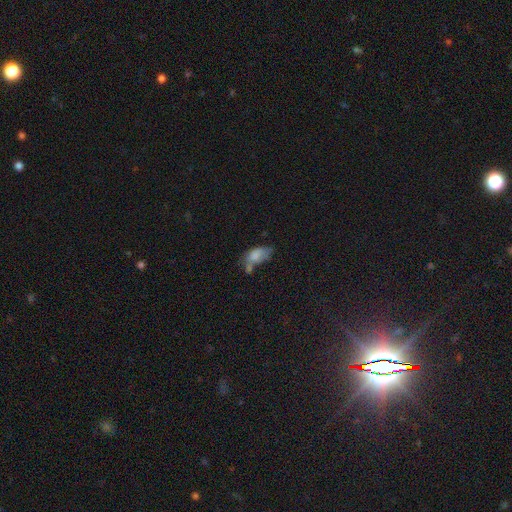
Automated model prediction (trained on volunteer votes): Smooth or featured?
  - smooth: 72% *
  - featured or disk: 18%
  - star or artifact: 10%
How rounded?
  - in between: 90% *
  - round: 6%
  - cigar-shaped: 4%
Merging?
  - merger: 29% *
  - none: 25%
  - minor disturbance: 25%
  - major disturbance: 22%